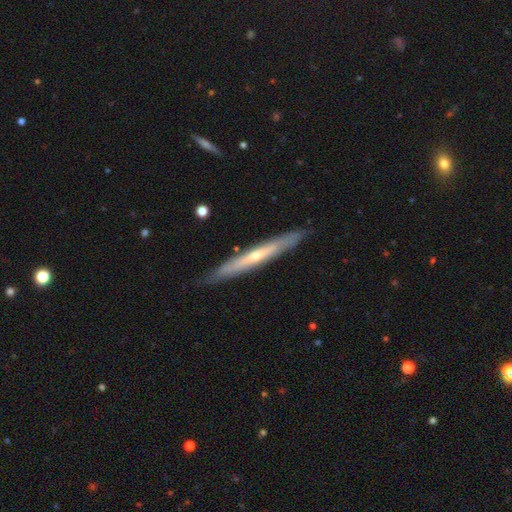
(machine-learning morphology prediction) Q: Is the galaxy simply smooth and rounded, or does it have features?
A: featured or disk — 63%.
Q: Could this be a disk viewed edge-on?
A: yes — 92%.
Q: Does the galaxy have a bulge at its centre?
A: rounded — 58%.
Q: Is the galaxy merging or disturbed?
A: none — 87%.